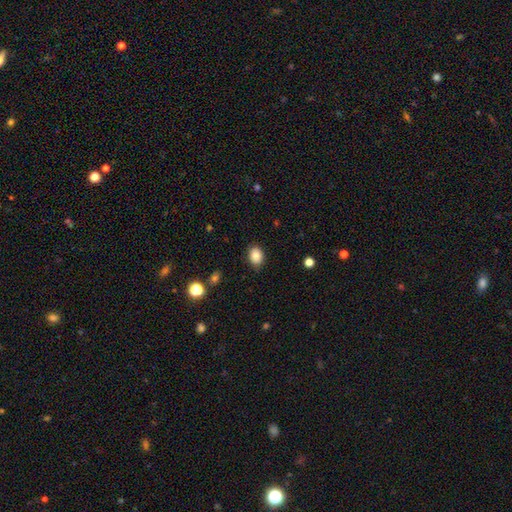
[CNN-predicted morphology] Overall: smooth (84%). How rounded: in between (68%; round 31%). Merging: none (87%).